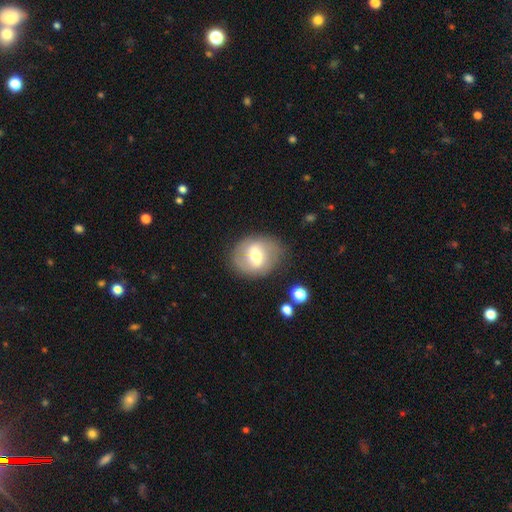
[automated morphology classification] featured or disk 49%, smooth 43%, star or artifact 8%. Down the decision tree: merging — none (75%).